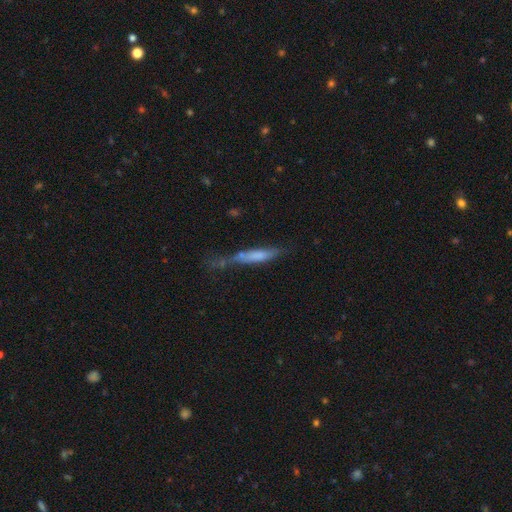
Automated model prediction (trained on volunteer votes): Smooth or featured?
  - smooth: 57% *
  - featured or disk: 34%
  - star or artifact: 8%
How rounded?
  - cigar-shaped: 88% *
  - in between: 10%
  - round: 2%
Merging?
  - none: 42% *
  - minor disturbance: 28%
  - major disturbance: 19%
  - merger: 11%